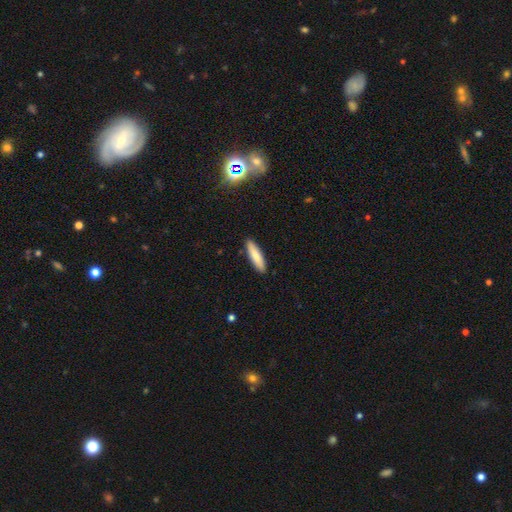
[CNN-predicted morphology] type=smooth (83%); roundness=cigar-shaped (75%); merging=none (90%).